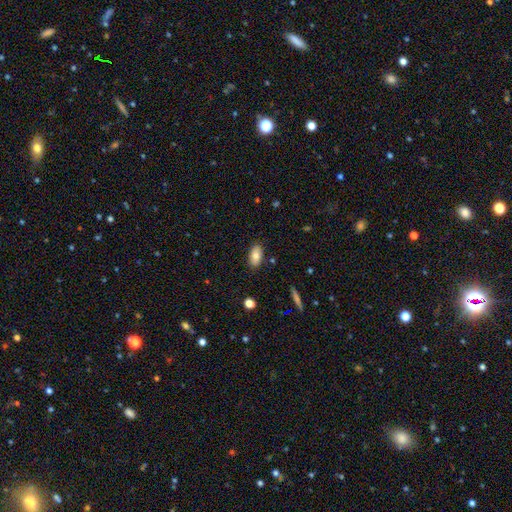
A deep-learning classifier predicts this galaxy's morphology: The model was most divided on "smooth or featured": smooth: 79%, featured or disk: 13%, star or artifact: 8%. More confident: how rounded — in between (92%); merging — none (85%).